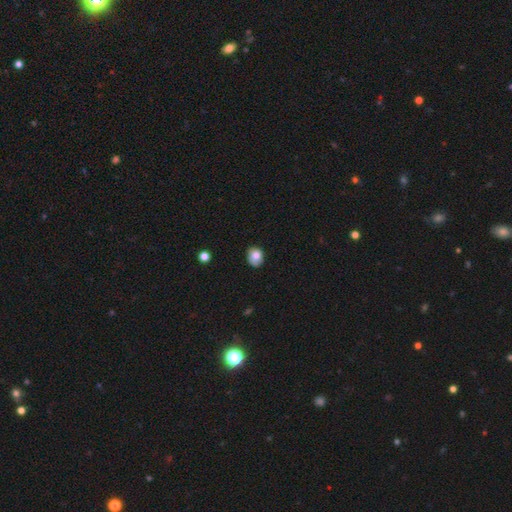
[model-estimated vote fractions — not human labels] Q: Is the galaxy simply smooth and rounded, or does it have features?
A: smooth — 76%.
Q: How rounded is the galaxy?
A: round — 57%.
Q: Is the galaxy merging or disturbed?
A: none — 74%.